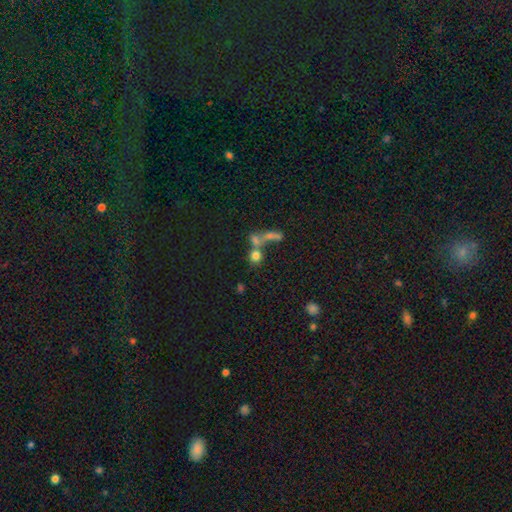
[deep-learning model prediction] The model was most divided on "merging": merger: 45%, none: 40%, major disturbance: 8%, minor disturbance: 8%. More confident: how rounded — round (80%); smooth or featured — smooth (68%).